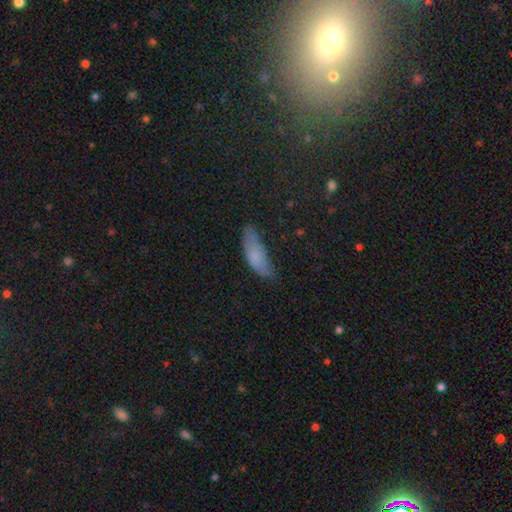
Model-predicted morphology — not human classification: The model was most divided on "merging": none: 52%, minor disturbance: 35%, major disturbance: 10%, merger: 2%. More confident: smooth or featured — smooth (75%); how rounded — in between (62%).